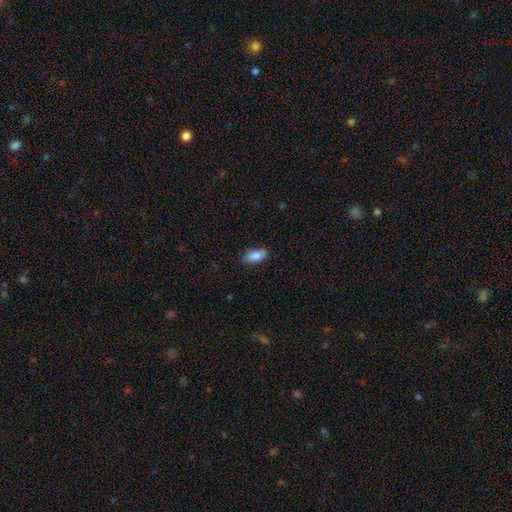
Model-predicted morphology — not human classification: The model was most divided on "merging": none: 84%, minor disturbance: 13%, major disturbance: 2%, merger: 1%. More confident: how rounded — in between (90%); smooth or featured — smooth (87%).